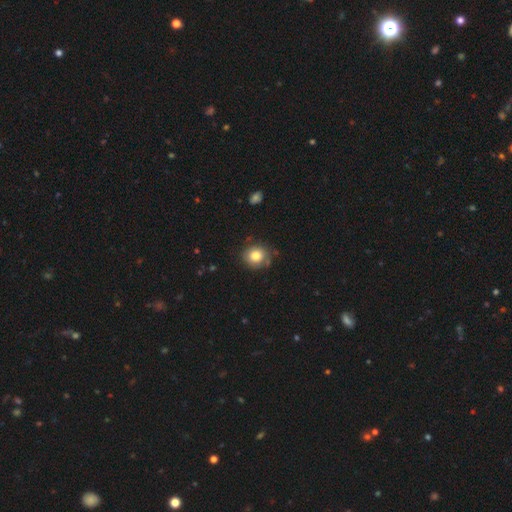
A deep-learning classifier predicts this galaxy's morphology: smooth_or_featured: smooth (p=0.81) [alt: featured or disk p=0.10]
how_rounded: round (p=0.80) [alt: in between p=0.19]
merging: none (p=0.79) [alt: minor disturbance p=0.15]